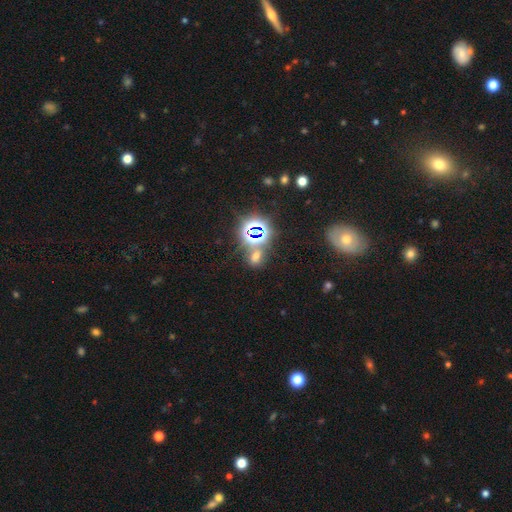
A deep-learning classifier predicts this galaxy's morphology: smooth_or_featured: star or artifact (p=0.55) [alt: smooth p=0.37]